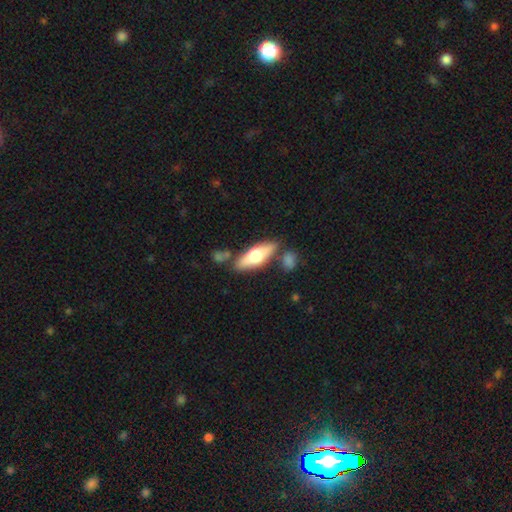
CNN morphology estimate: Q: Smooth or featured?
A: smooth (54%); runner-up: featured or disk (40%)
Q: How rounded?
A: in between (50%); runner-up: cigar-shaped (47%)
Q: Merging?
A: none (74%); runner-up: minor disturbance (13%)